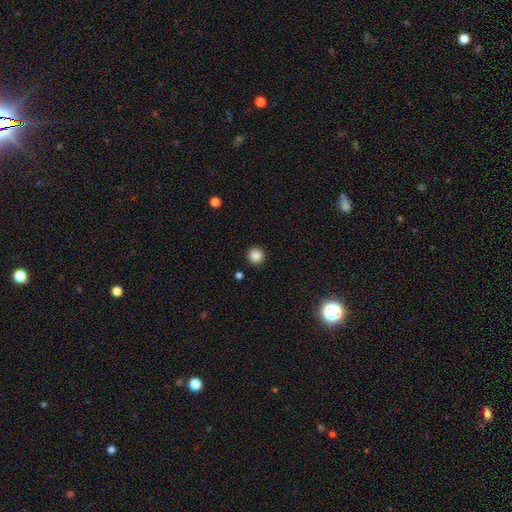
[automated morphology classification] Smooth or featured? smooth (87%)
How rounded? round (95%)
Merging? none (92%)